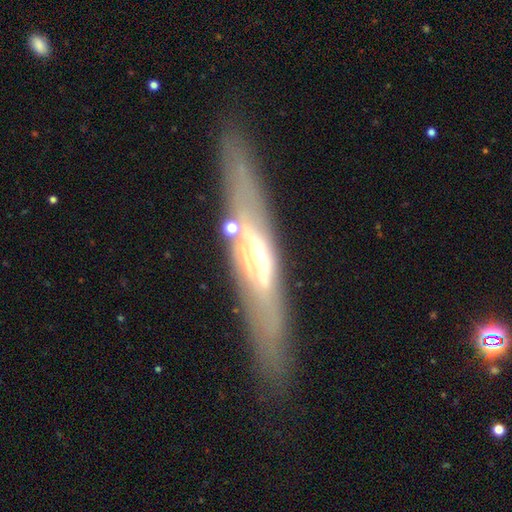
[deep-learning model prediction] Smooth or featured? featured or disk (73%)
Edge-on disk? yes (75%)
Edge-on bulge? rounded (76%)
Merging? none (82%)